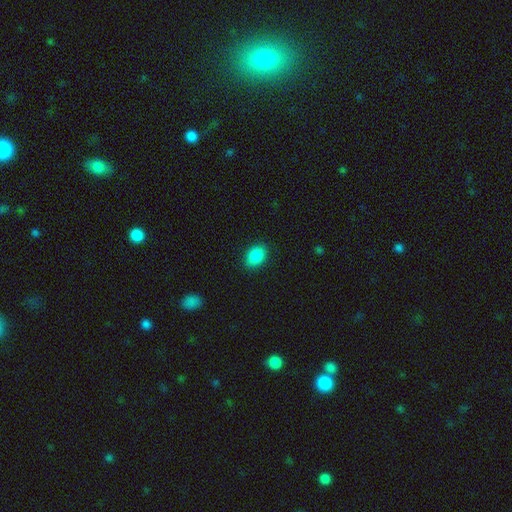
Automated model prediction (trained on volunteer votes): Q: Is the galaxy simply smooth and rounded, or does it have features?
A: smooth — 88%.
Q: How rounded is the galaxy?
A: in between — 80%.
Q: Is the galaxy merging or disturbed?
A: none — 88%.